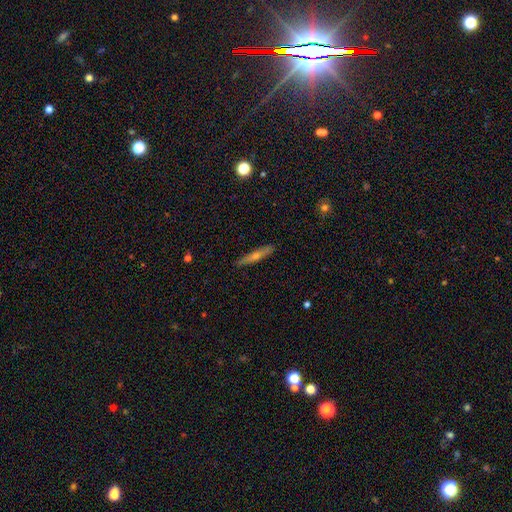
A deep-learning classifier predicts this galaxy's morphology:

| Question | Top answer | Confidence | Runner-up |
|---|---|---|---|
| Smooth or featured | featured or disk | 56% | smooth (36%) |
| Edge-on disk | yes | 94% | no (6%) |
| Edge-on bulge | rounded | 81% | none (16%) |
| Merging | none | 90% | minor disturbance (7%) |